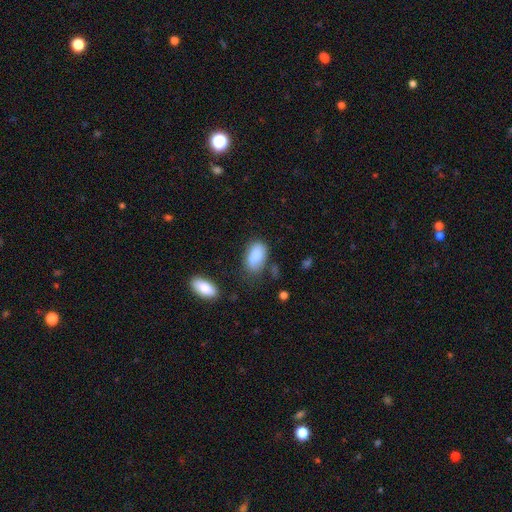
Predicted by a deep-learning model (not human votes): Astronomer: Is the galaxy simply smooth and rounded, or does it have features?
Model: smooth — 87%.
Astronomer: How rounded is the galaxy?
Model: in between — 93%.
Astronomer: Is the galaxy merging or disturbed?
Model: none — 61%.